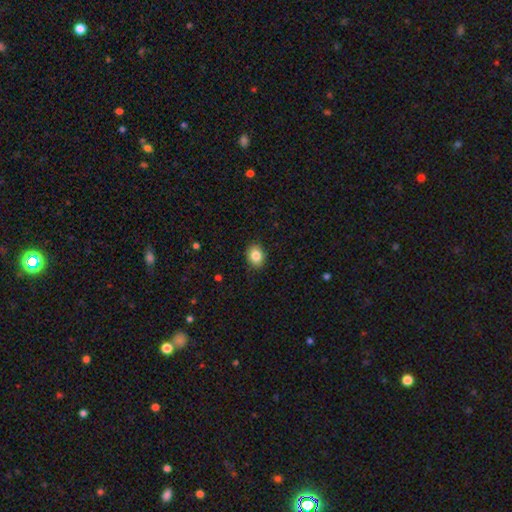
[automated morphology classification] Smooth or featured? smooth (84%)
How rounded? in between (52%)
Merging? none (86%)